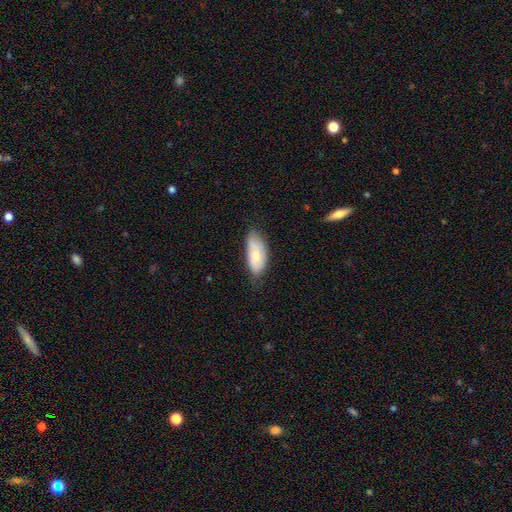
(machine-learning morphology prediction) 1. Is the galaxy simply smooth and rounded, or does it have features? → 67% smooth, 27% featured or disk, 6% star or artifact.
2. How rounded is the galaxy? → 91% in between, 7% cigar-shaped, 3% round.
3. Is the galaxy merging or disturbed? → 63% none, 30% minor disturbance, 6% major disturbance, 1% merger.